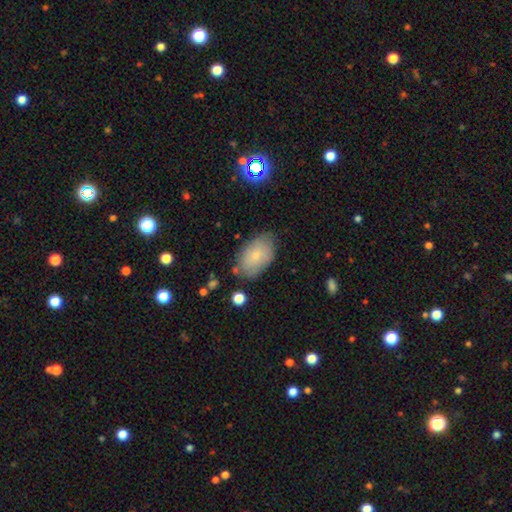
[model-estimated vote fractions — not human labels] Morphology: type=smooth (73%); roundness=in between (92%); merging=none (75%).